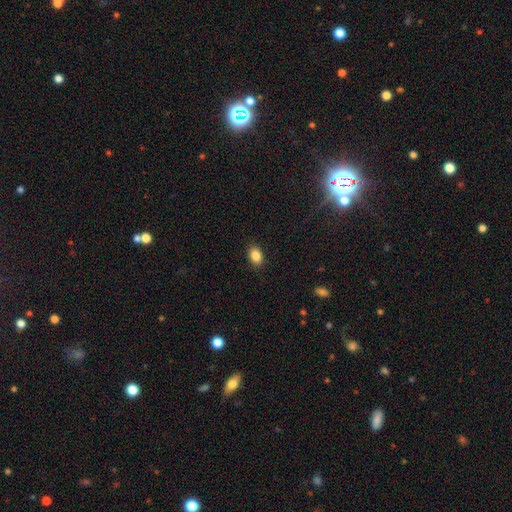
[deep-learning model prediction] Smooth or featured: smooth — 87% (star or artifact — 9%)
How rounded: in between — 81% (round — 18%)
Merging: none — 89% (minor disturbance — 8%)